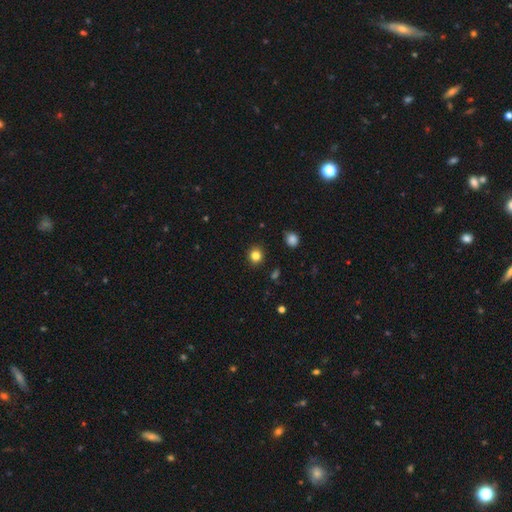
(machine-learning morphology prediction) smooth_or_featured: smooth (p=0.83) [alt: star or artifact p=0.12]
how_rounded: round (p=0.86) [alt: in between p=0.13]
merging: none (p=0.91) [alt: minor disturbance p=0.06]